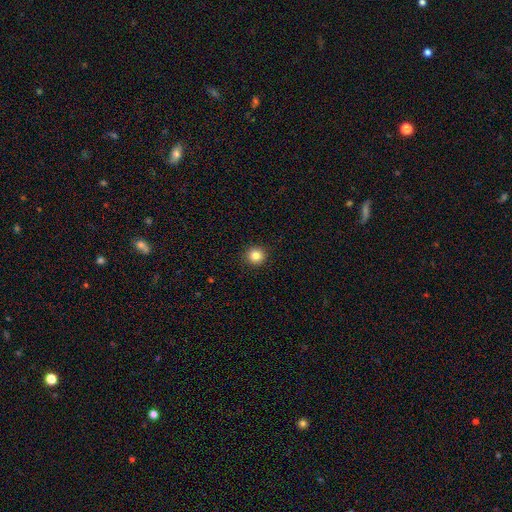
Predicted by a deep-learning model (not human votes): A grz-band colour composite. It shows a smooth galaxy with no disk features (84%) that is round (93%). Merging: none (92%).